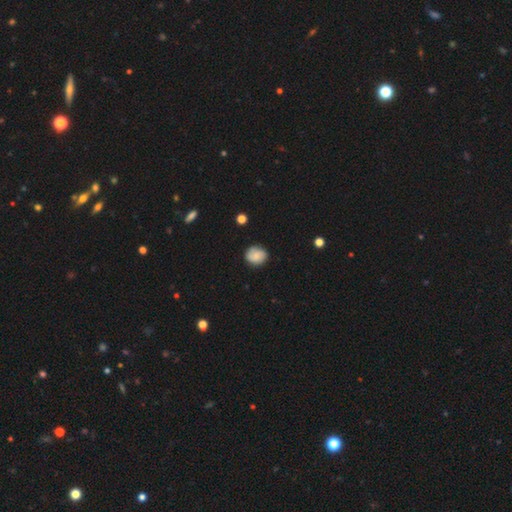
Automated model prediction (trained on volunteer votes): The model was most divided on "how rounded": round: 67%, in between: 32%, cigar-shaped: 1%. More confident: merging — none (79%); smooth or featured — smooth (70%).